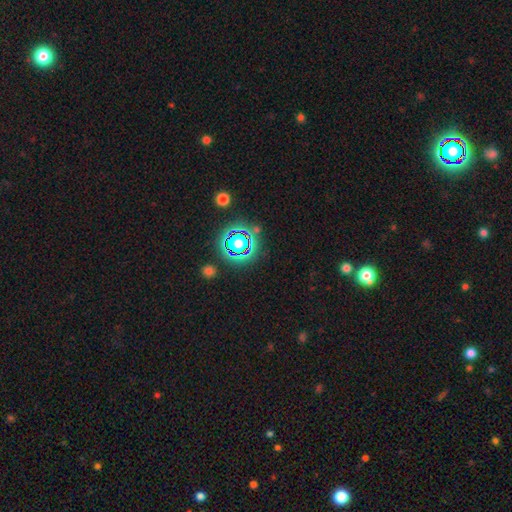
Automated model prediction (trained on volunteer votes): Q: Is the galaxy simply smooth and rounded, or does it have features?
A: star or artifact — 73%.